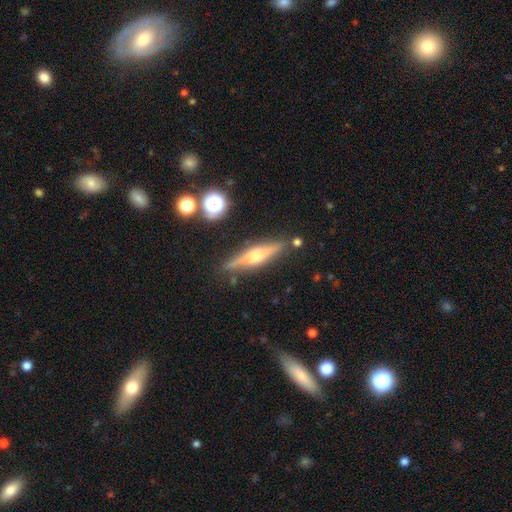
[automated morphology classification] This appears to be a featured or disk galaxy (66%) viewed edge-on (96%) with a rounded central bulge (85%). Merging: none (82%).